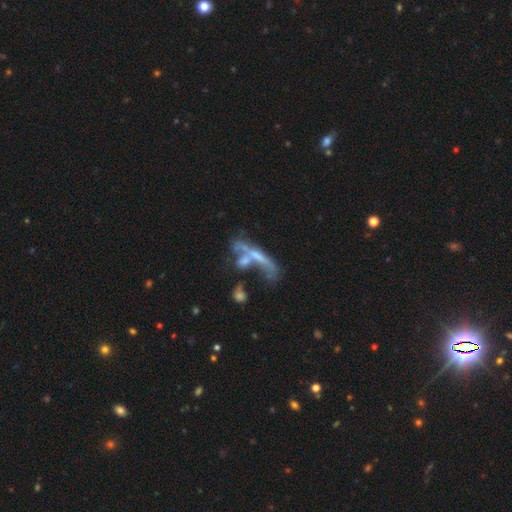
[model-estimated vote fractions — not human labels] Smooth or featured?
  - featured or disk: 55% *
  - smooth: 32%
  - star or artifact: 13%
Edge-on disk?
  - no: 50% * (tied)
  - yes: 50% * (tied)
Merging?
  - merger: 40% *
  - none: 25%
  - major disturbance: 21%
  - minor disturbance: 14%